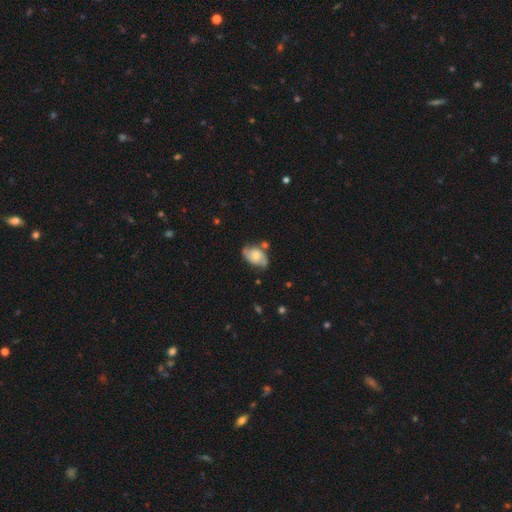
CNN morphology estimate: Smooth or featured: featured or disk — 59% (smooth — 33%)
Edge-on disk: no — 96% (yes — 4%)
Bar: no — 68% (weak — 27%)
Spiral arms: yes — 87% (no — 13%)
Bulge size: moderate — 45% (small — 40%)
Merging: none — 59% (minor disturbance — 24%)